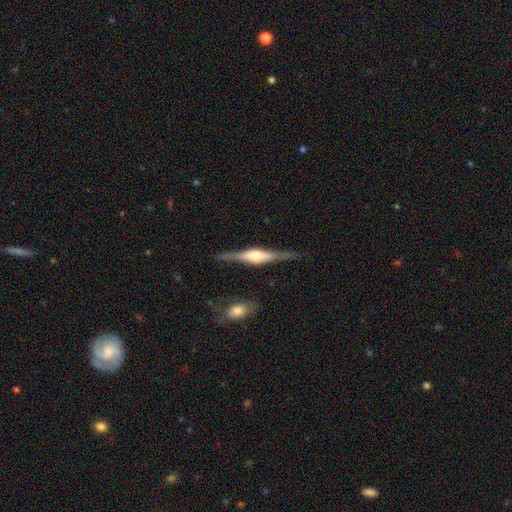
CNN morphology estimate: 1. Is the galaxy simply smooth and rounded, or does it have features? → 80% featured or disk, 15% smooth, 5% star or artifact.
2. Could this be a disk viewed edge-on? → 98% yes, 2% no.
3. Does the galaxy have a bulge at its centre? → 73% rounded, 24% boxy, 3% none.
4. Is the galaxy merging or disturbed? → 85% none, 10% minor disturbance, 2% merger, 2% major disturbance.